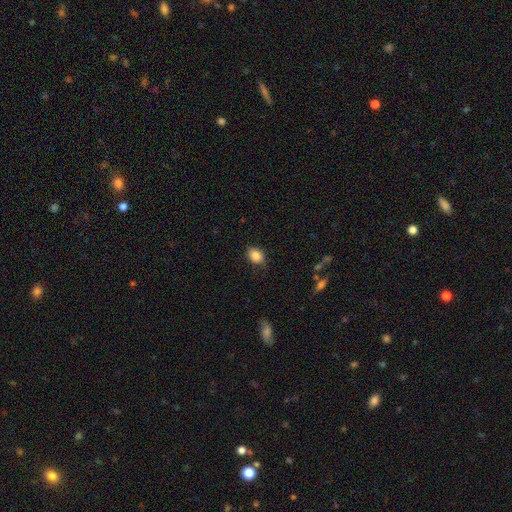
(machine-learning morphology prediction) A smooth galaxy with no disk features (86%) that is in between round and cigar-shaped (67%). Merging: none (80%).